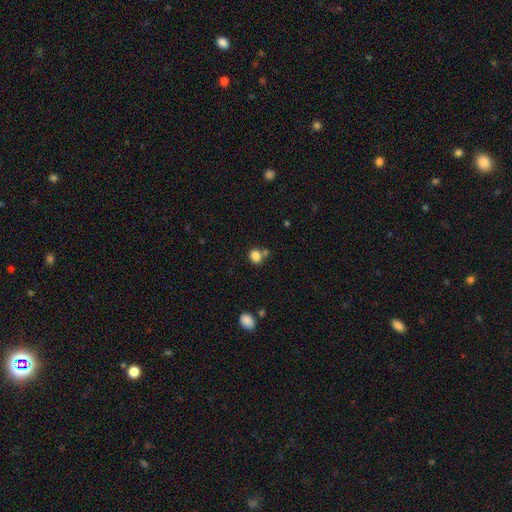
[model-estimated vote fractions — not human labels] The model was most divided on "how rounded": round: 67%, in between: 32%, cigar-shaped: 1%. More confident: smooth or featured — smooth (84%); merging — none (62%).